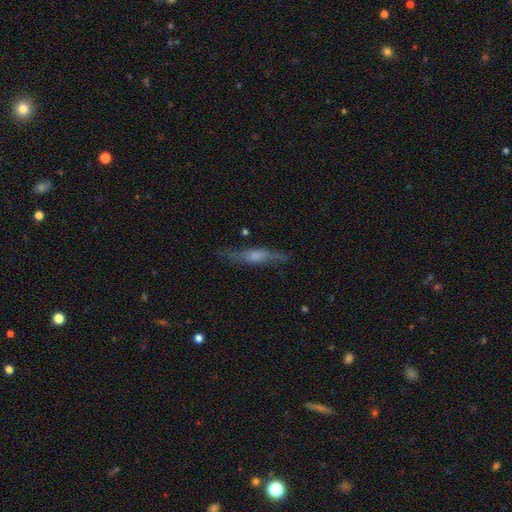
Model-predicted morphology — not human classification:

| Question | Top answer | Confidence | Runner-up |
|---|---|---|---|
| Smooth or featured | featured or disk | 56% | smooth (35%) |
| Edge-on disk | yes | 84% | no (16%) |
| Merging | none | 76% | minor disturbance (17%) |